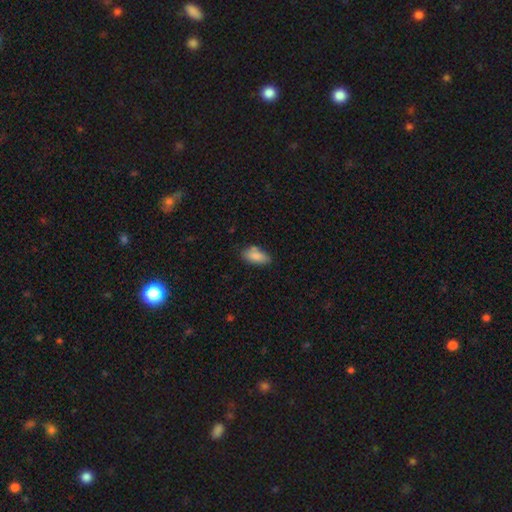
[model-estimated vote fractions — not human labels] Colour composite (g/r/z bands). It shows a smooth galaxy with no disk features (86%) that is in between round and cigar-shaped (87%). Merging: none (71%).